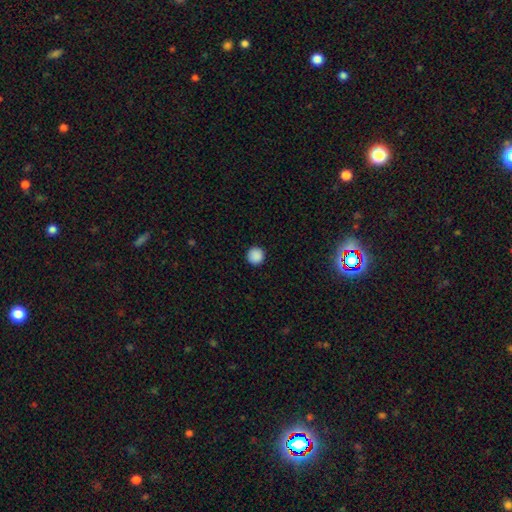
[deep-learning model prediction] Smooth or featured? Predicted: smooth (p=0.89). How rounded? Predicted: round (p=0.95). Merging? Predicted: none (p=0.93).